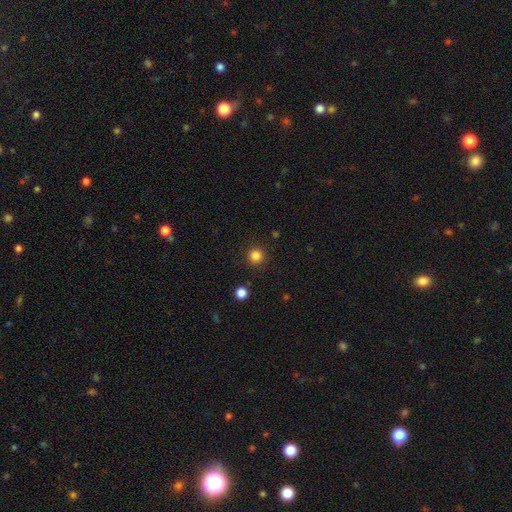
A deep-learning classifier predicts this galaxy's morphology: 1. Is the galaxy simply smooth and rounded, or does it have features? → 83% smooth, 13% star or artifact, 4% featured or disk.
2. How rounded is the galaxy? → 96% round, 3% in between, 1% cigar-shaped.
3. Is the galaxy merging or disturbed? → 91% none, 5% minor disturbance, 2% major disturbance, 2% merger.